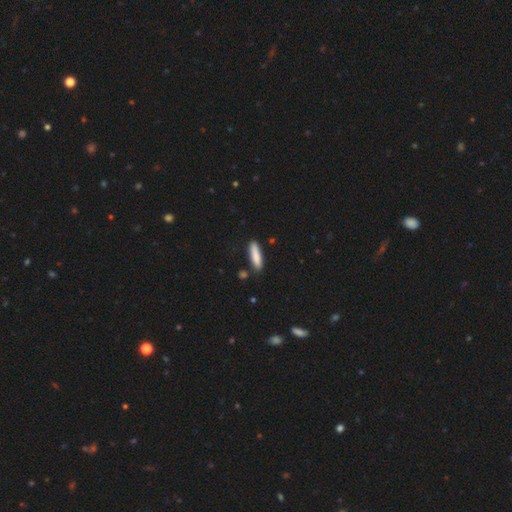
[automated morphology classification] This is clearly a smooth galaxy (86%). How rounded: likely cigar-shaped (79%). Merging: clearly none (85%).